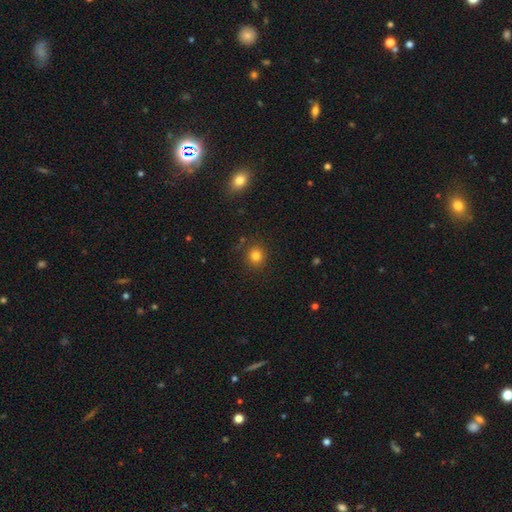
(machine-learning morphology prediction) Q: Smooth or featured?
A: smooth (81%); runner-up: star or artifact (13%)
Q: How rounded?
A: round (87%); runner-up: in between (12%)
Q: Merging?
A: none (85%); runner-up: minor disturbance (9%)